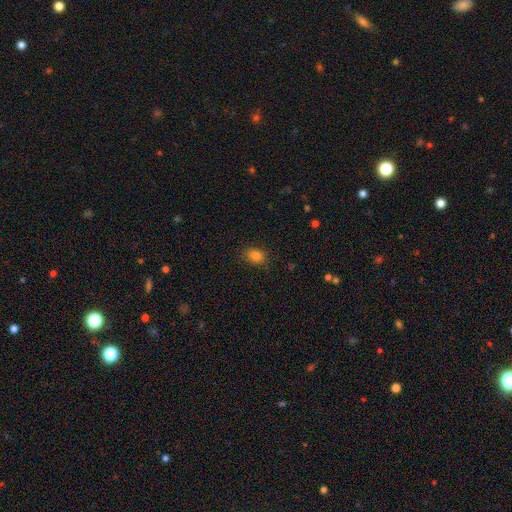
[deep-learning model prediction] Smooth or featured? Predicted: smooth (p=0.82). How rounded? Predicted: in between (p=0.62). Merging? Predicted: none (p=0.84).